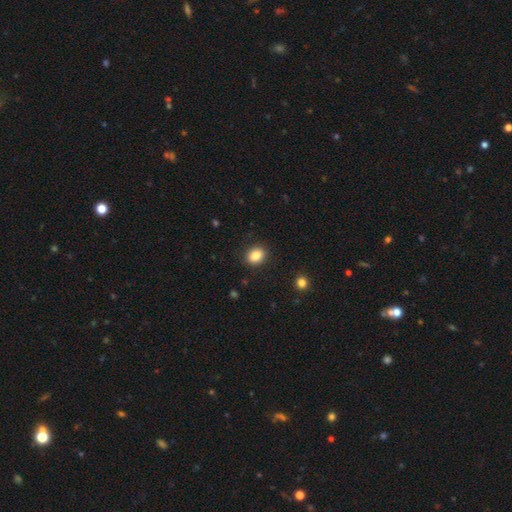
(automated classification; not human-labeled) This is clearly a smooth galaxy (85%). How rounded: possibly in between (56%). Merging: clearly none (88%).